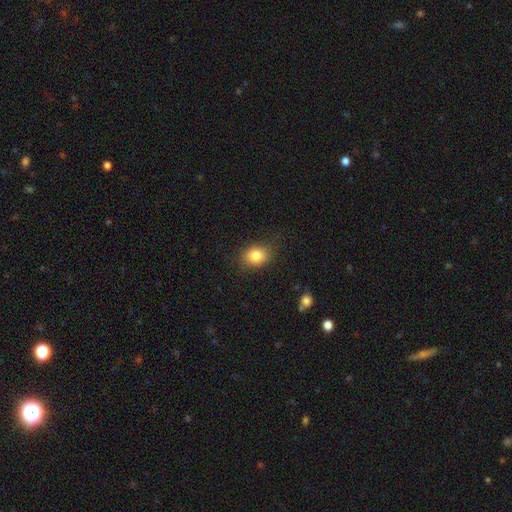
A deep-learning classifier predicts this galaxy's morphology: The model was most divided on "how rounded": round: 51%, in between: 48%, cigar-shaped: 1%. More confident: smooth or featured — smooth (81%); merging — none (80%).